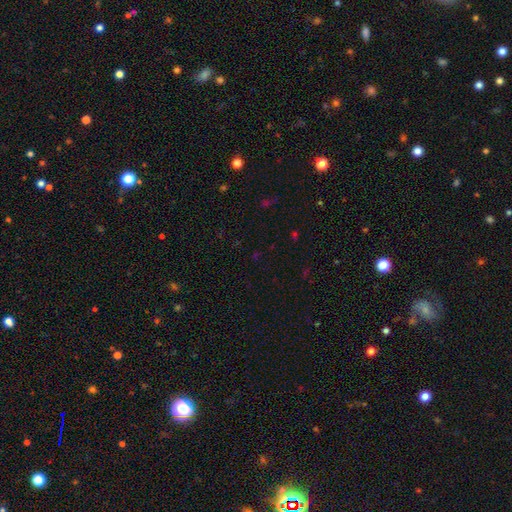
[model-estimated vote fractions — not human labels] smooth-or-featured: star or artifact: 66% | smooth: 26% | featured or disk: 8%